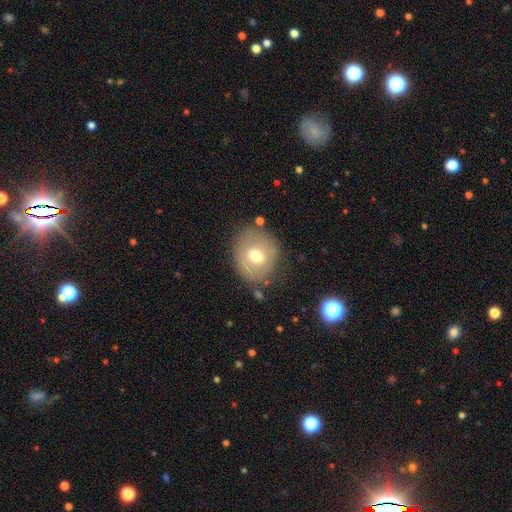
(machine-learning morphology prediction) Smooth or featured? Predicted: smooth (p=0.61). How rounded? Predicted: round (p=0.71). Merging? Predicted: none (p=0.75).